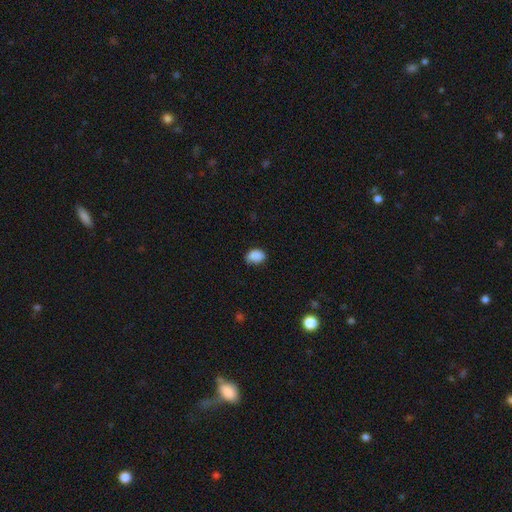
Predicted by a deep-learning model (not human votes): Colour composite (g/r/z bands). It shows a smooth galaxy with no disk features (88%) that is in between round and cigar-shaped (81%). Merging: none (74%).